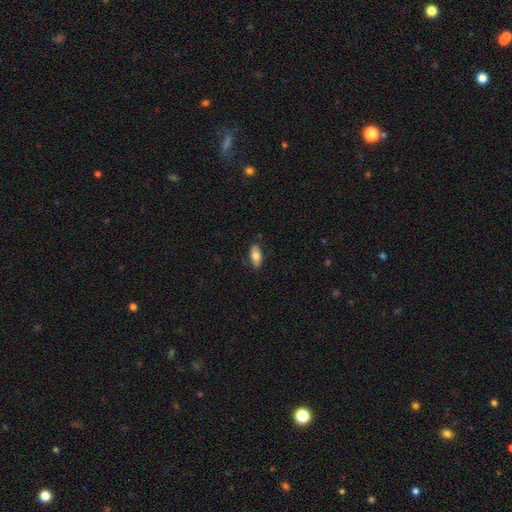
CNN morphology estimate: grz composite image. It shows a smooth galaxy with no disk features (73%) that is in between round and cigar-shaped (88%). Merging: none (83%).